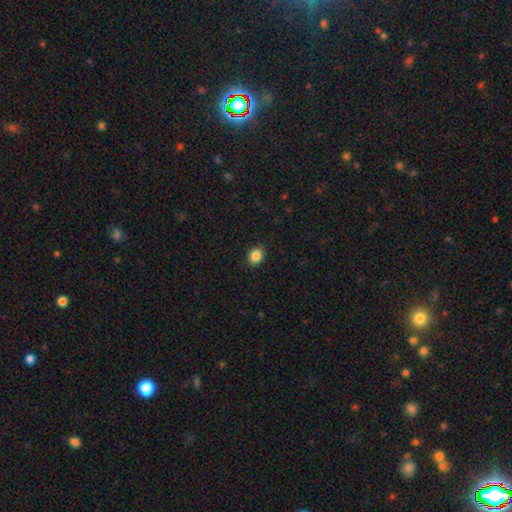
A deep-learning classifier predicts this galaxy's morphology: smooth_or_featured: smooth (p=0.87) [alt: star or artifact p=0.09]
how_rounded: in between (p=0.50) [alt: round p=0.49]
merging: none (p=0.89) [alt: minor disturbance p=0.08]